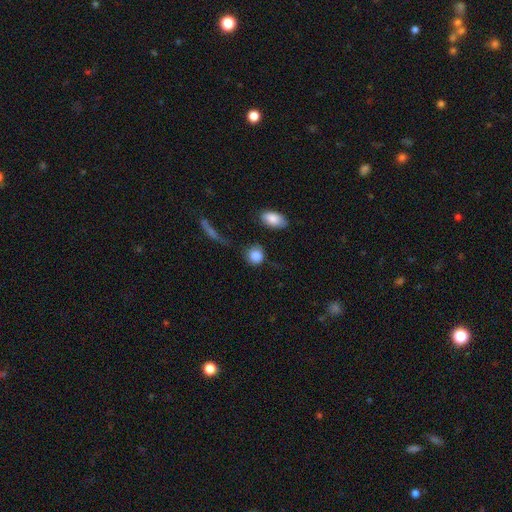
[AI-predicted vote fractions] Smooth or featured: smooth — 86% (star or artifact — 8%)
How rounded: round — 80% (in between — 18%)
Merging: none — 65% (minor disturbance — 19%)